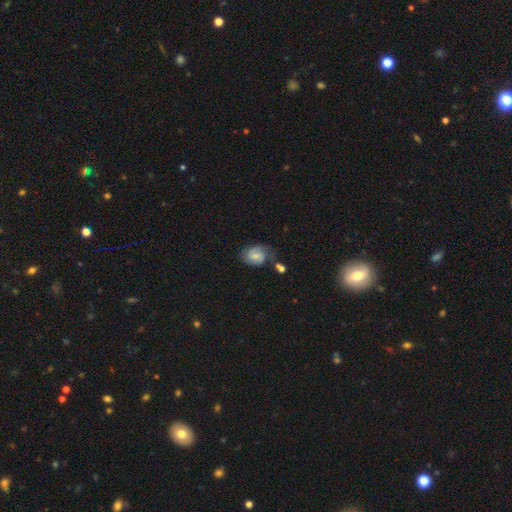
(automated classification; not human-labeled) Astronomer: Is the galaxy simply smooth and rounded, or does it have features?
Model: featured or disk — 63%.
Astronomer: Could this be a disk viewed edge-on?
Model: no — 97%.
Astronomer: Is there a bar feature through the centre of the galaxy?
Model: weak — 51% (runner-up: no, 37%).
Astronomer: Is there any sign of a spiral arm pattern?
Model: yes — 92%.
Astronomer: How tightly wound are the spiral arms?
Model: medium — 46% (runner-up: tight, 36%).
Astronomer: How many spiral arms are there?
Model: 2 — 76%.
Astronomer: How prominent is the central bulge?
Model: small — 45% (runner-up: moderate, 34%).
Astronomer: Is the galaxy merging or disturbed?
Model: none — 57%.